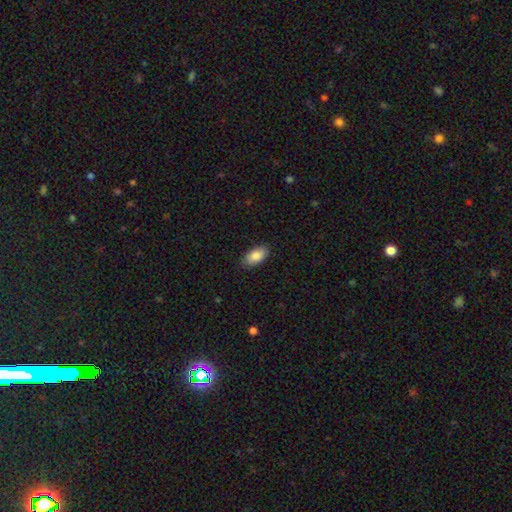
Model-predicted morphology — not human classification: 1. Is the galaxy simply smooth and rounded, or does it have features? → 86% smooth, 8% featured or disk, 6% star or artifact.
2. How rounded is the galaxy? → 93% in between, 4% cigar-shaped, 3% round.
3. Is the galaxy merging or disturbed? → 88% none, 9% minor disturbance, 2% major disturbance, 1% merger.